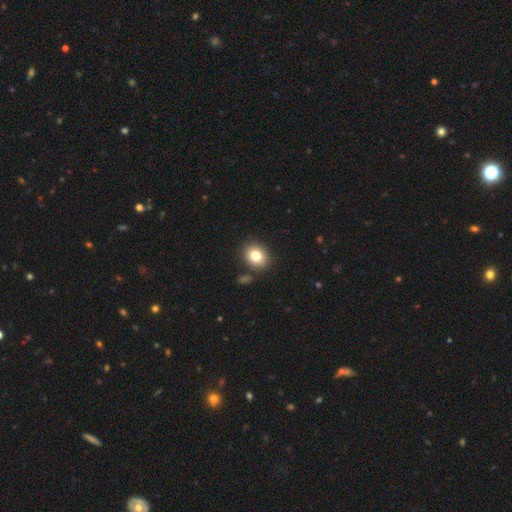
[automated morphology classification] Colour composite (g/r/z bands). It shows a smooth galaxy with no disk features (81%) that is round (61%). Merging: none (85%).